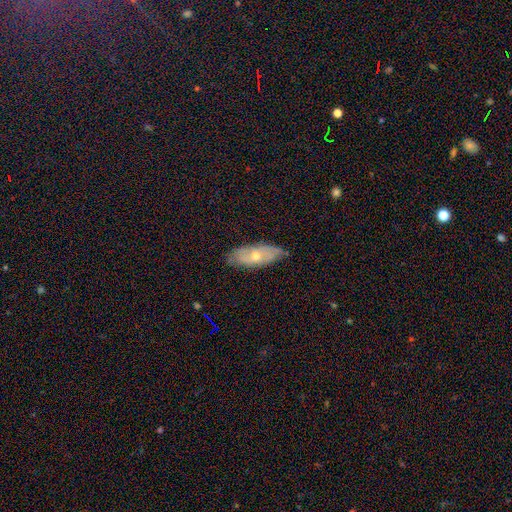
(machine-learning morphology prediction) featured or disk 52%, smooth 41%, star or artifact 8%. Down the decision tree: edge-on disk — no (75%); merging — none (75%).